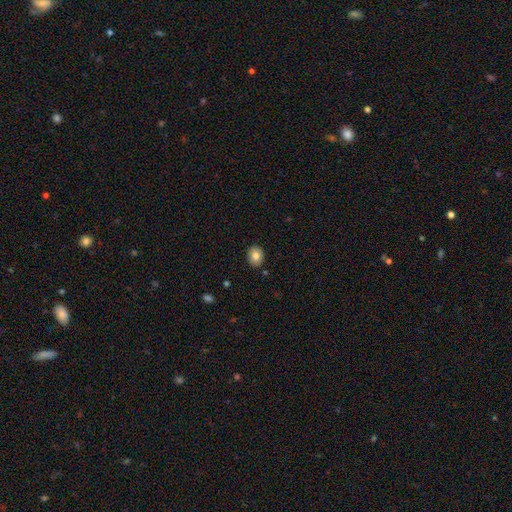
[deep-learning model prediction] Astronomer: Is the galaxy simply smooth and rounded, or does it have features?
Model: smooth — 80%.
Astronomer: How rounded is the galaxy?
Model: in between — 52% (runner-up: round, 47%).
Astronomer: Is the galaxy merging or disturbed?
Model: none — 89%.